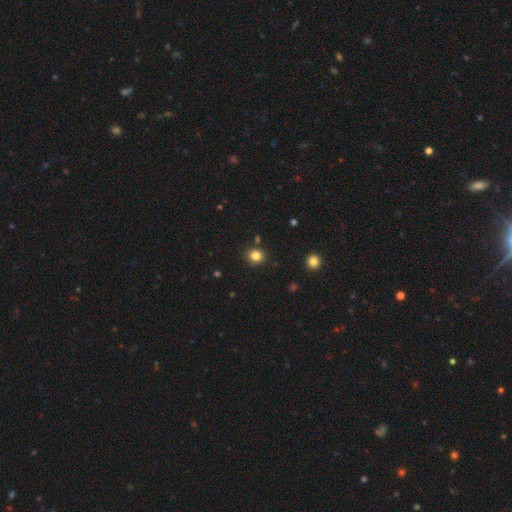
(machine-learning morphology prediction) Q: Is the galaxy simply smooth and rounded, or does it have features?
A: smooth — 83%.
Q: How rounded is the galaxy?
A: round — 85%.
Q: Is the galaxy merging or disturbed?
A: none — 87%.